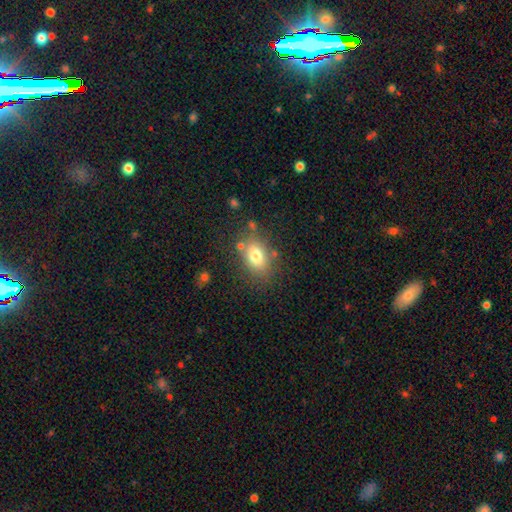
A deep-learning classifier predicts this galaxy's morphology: Smooth or featured?
  - smooth: 77% *
  - featured or disk: 13%
  - star or artifact: 10%
How rounded?
  - in between: 80% *
  - round: 19%
  - cigar-shaped: 2%
Merging?
  - none: 74% *
  - minor disturbance: 14%
  - merger: 6%
  - major disturbance: 5%